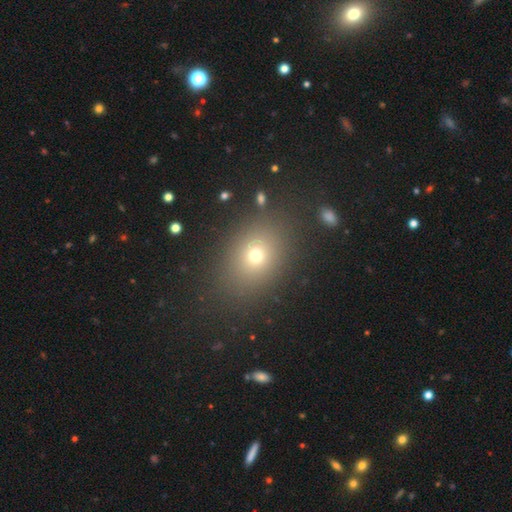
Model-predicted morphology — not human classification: The model was most divided on "how rounded": in between: 55%, round: 43%, cigar-shaped: 1%. More confident: merging — none (84%); smooth or featured — smooth (69%).